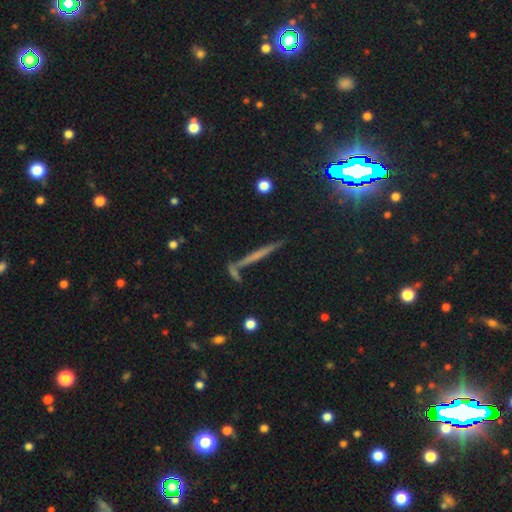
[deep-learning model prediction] Q: Smooth or featured?
A: featured or disk (46%); runner-up: smooth (36%)
Q: Merging?
A: none (77%); runner-up: minor disturbance (10%)